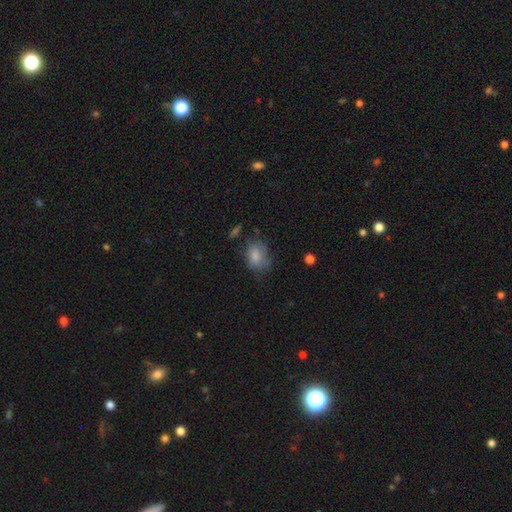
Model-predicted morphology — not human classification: Overall: smooth (81%). How rounded: in between (71%). Merging: none (58%; minor disturbance 28%).